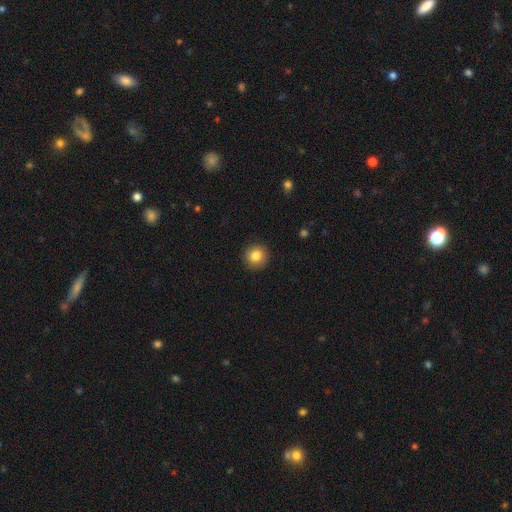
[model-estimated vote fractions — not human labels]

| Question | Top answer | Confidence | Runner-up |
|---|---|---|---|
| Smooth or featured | smooth | 84% | star or artifact (9%) |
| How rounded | round | 93% | in between (6%) |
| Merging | none | 91% | minor disturbance (6%) |